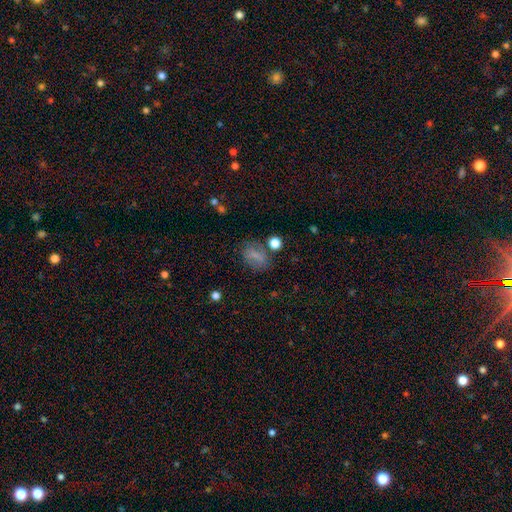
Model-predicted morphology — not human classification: This is likely a smooth galaxy (72%). How rounded: likely in between (70%). Merging: likely none (68%).